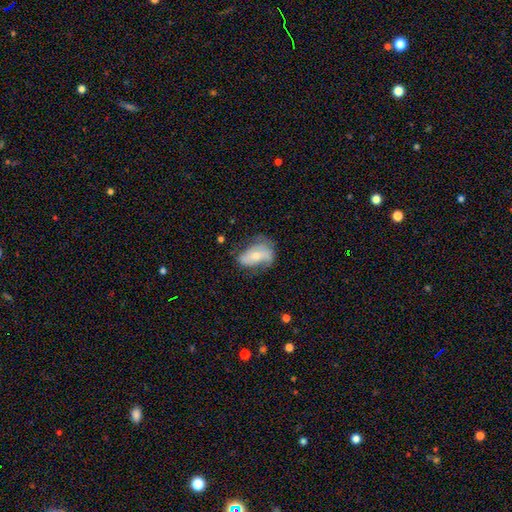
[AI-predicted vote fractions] Smooth or featured: featured or disk — 57% (smooth — 35%)
Edge-on disk: no — 93% (yes — 7%)
Bar: no — 57% (weak — 27%)
Spiral arms: yes — 69% (no — 31%)
Bulge size: small — 48% (moderate — 47%)
Merging: none — 46% (minor disturbance — 32%)